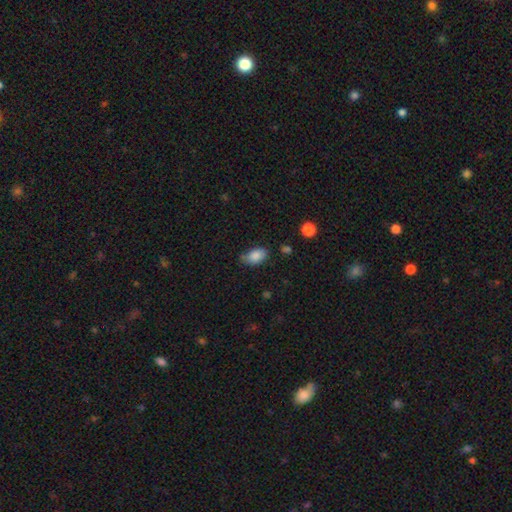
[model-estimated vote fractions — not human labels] The model was most divided on "merging": none: 64%, minor disturbance: 27%, major disturbance: 5%, merger: 3%. More confident: how rounded — in between (90%); smooth or featured — smooth (85%).